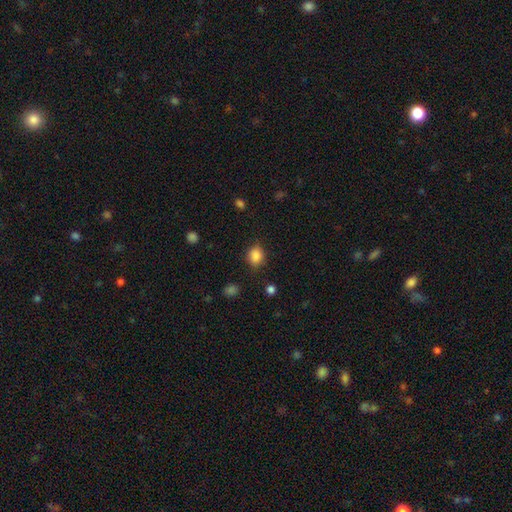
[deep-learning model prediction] Q: Smooth or featured?
A: smooth (86%); runner-up: star or artifact (10%)
Q: How rounded?
A: round (54%); runner-up: in between (45%)
Q: Merging?
A: none (80%); runner-up: minor disturbance (14%)